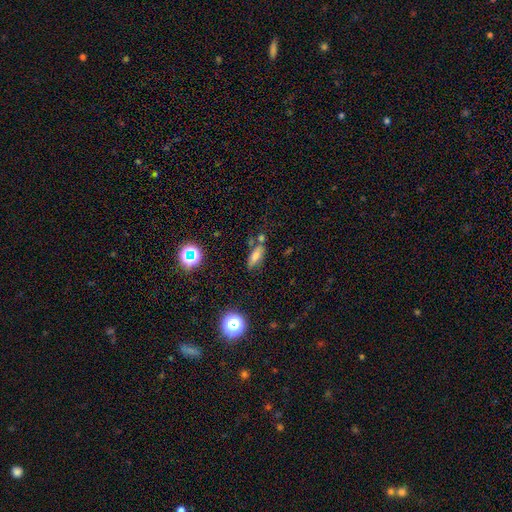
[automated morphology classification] A smooth galaxy with no disk features (68%) that is in between round and cigar-shaped (66%). Merging: none (63%).